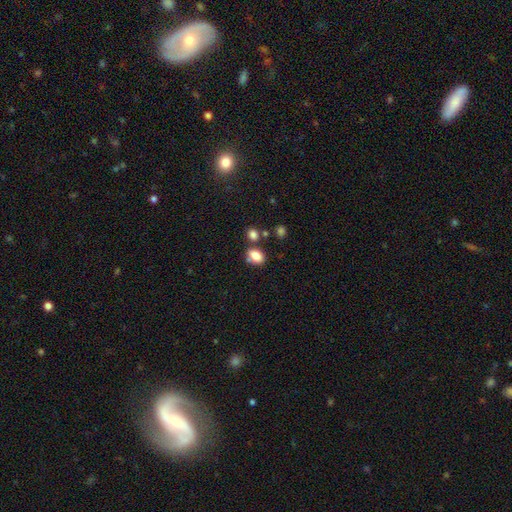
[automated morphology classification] Smooth or featured? Predicted: smooth (p=0.82). How rounded? Predicted: in between (p=0.69). Merging? Predicted: none (p=0.62).